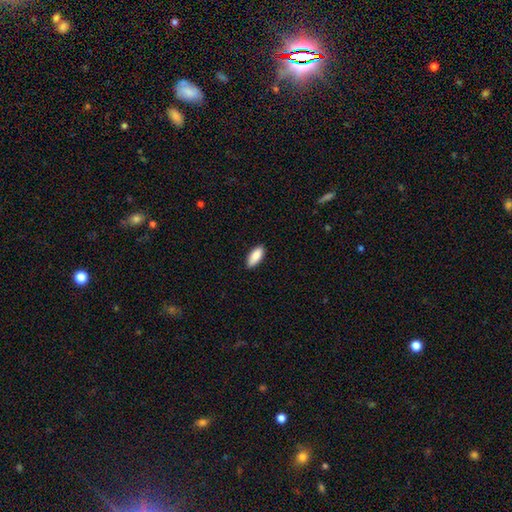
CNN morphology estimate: Overall: smooth (89%). How rounded: in between (85%). Merging: none (87%).